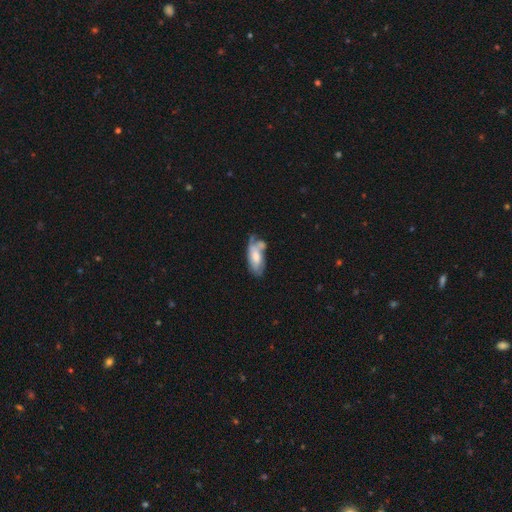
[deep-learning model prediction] A smooth galaxy with no disk features (53%) that is in between round and cigar-shaped (84%).

Vote fractions:
- Smooth or featured? smooth: 53% / featured or disk: 40% / star or artifact: 7%
- How rounded? in between: 84% / cigar-shaped: 14% / round: 2%
- Merging? none: 34% / minor disturbance: 29% / merger: 20% / major disturbance: 16%